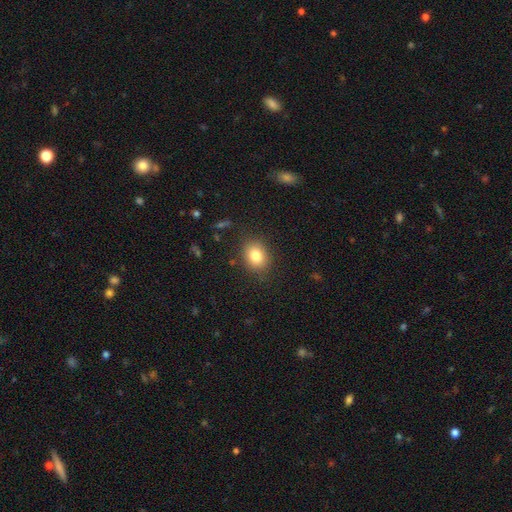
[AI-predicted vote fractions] The model was most divided on "how rounded": in between: 56%, round: 43%, cigar-shaped: 1%. More confident: merging — none (84%); smooth or featured — smooth (83%).